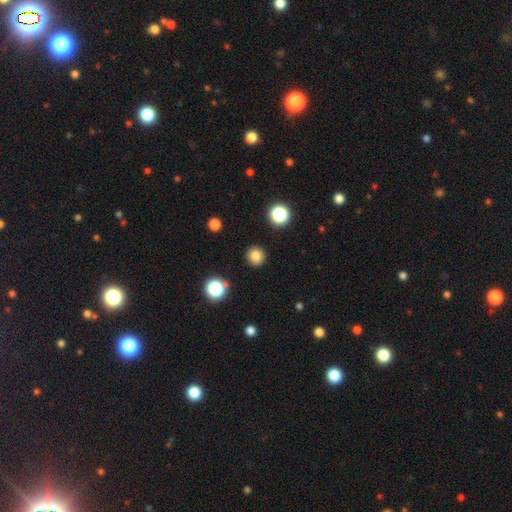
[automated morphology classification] type=smooth (82%); roundness=round (93%); merging=none (91%).